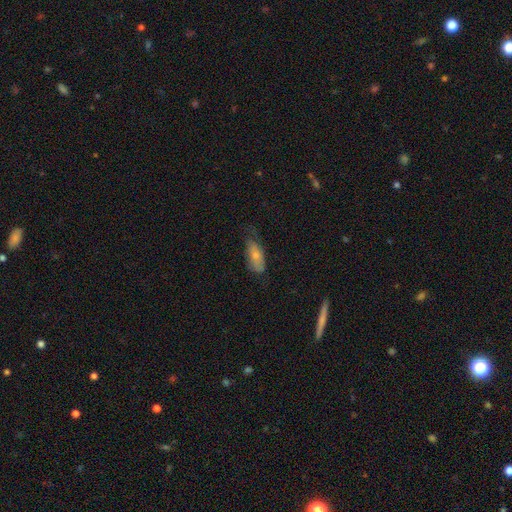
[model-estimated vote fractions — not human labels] This appears to be a smooth galaxy with no disk features (70%) that is in between round and cigar-shaped (84%). Merging: none (49%).